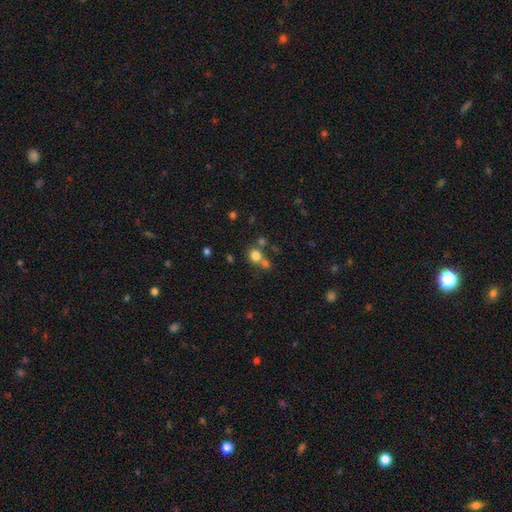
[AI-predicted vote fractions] smooth_or_featured: smooth (p=0.76) [alt: star or artifact p=0.15]
how_rounded: round (p=0.82) [alt: in between p=0.17]
merging: none (p=0.53) [alt: merger p=0.34]